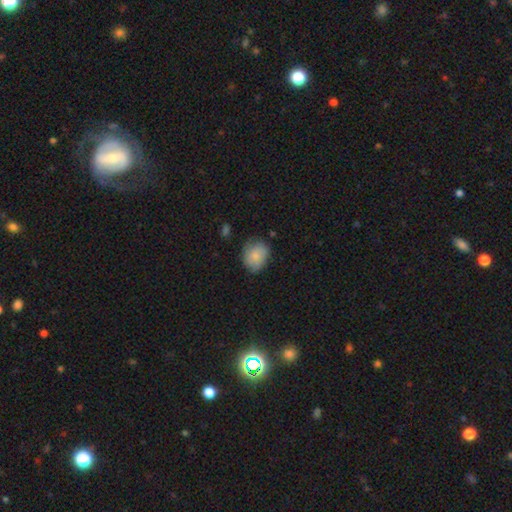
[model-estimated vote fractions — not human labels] Morphology: type=smooth (78%); roundness=round (53%); merging=none (68%).